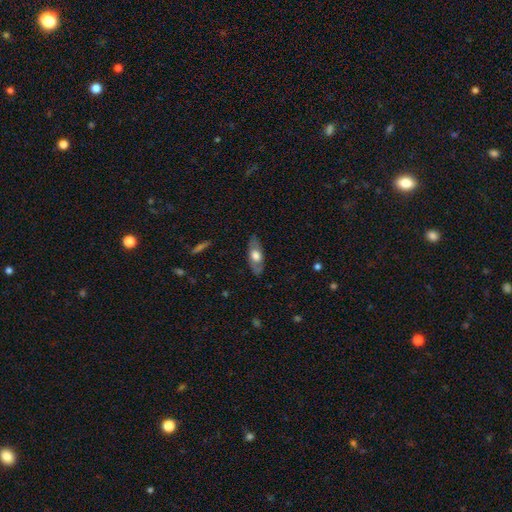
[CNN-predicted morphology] The model was most divided on "smooth or featured": smooth: 51%, featured or disk: 43%, star or artifact: 6%. More confident: merging — none (80%); how rounded — in between (76%).